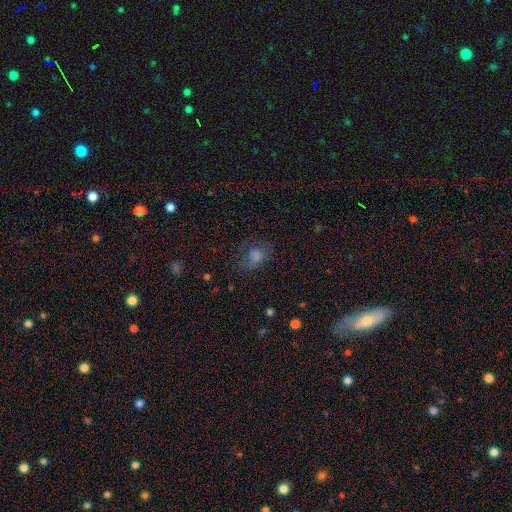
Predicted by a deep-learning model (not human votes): This is possibly a smooth galaxy (56%). How rounded: possibly in between (55%). Merging: possibly none (51%).